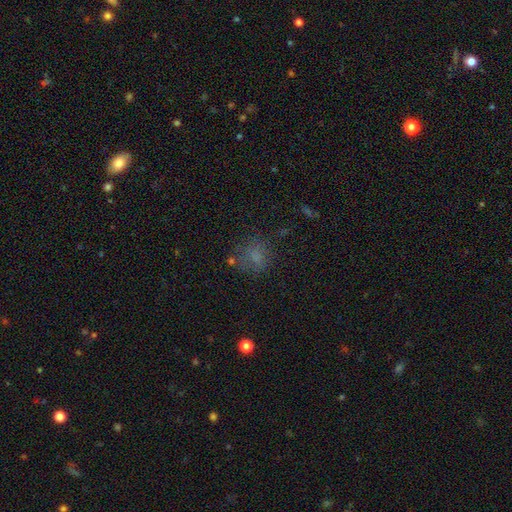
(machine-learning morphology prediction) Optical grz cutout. It shows a smooth galaxy with no disk features (67%) that is round (69%). Merging: none (64%).